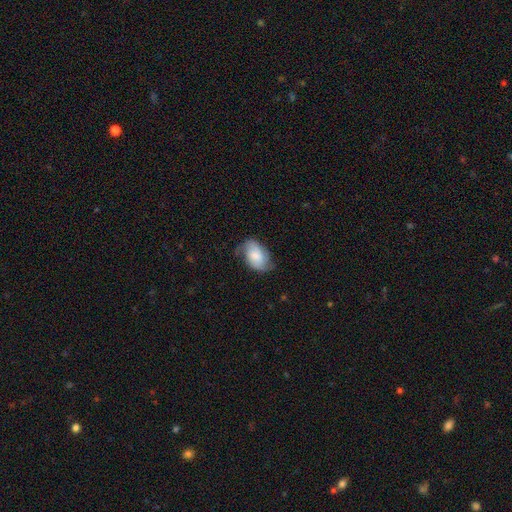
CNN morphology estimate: Overall: featured or disk (53%; smooth 39%). Edge-on disk: no (96%). Bar: no (56%; weak 35%). Spiral arms: yes (89%). Bulge size: small (36%; moderate 35%). Merging: none (60%; minor disturbance 27%).